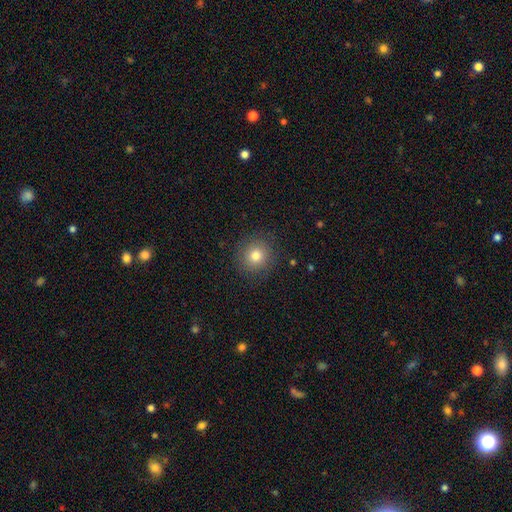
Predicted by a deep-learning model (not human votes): smooth-or-featured: smooth: 79% | star or artifact: 12% | featured or disk: 10%
  how-rounded: round: 89% | in between: 10% | cigar-shaped: 1%
  merging: none: 87% | minor disturbance: 8% | major disturbance: 3% | merger: 1%